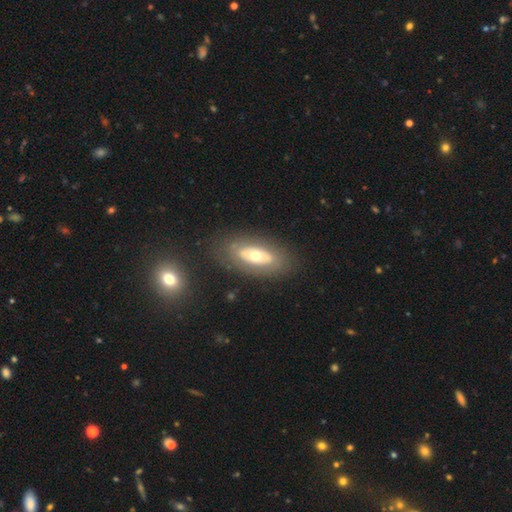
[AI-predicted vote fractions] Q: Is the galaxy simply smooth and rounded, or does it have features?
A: featured or disk — 56%.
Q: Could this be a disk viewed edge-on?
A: no — 86%.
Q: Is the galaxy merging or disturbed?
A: none — 80%.